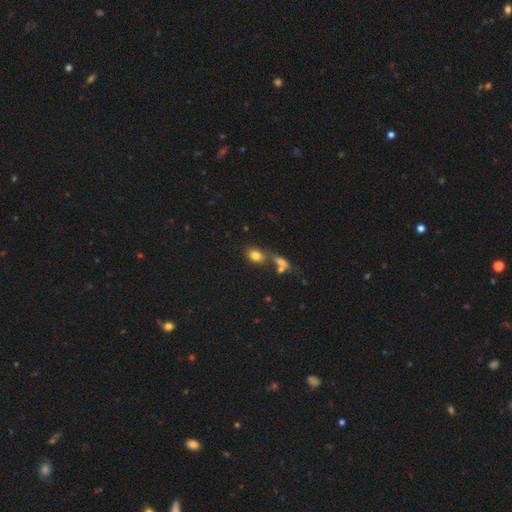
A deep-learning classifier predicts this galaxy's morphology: smooth 78%, star or artifact 12%, featured or disk 10%. Down the decision tree: how rounded — in between (62%); merging — none (53%).